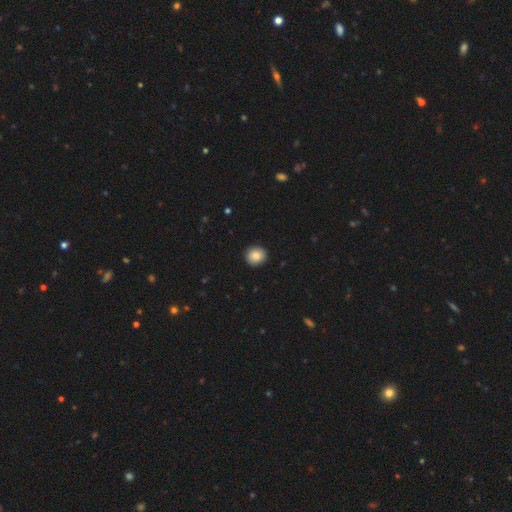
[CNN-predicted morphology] Overall: smooth (86%). How rounded: round (89%). Merging: none (92%).